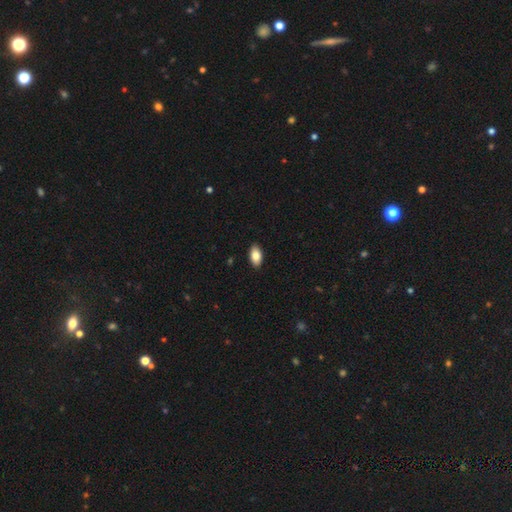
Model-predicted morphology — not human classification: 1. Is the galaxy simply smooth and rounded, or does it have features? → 84% smooth, 9% featured or disk, 7% star or artifact.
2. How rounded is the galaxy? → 93% in between, 4% round, 3% cigar-shaped.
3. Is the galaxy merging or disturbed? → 90% none, 8% minor disturbance, 2% major disturbance, 1% merger.